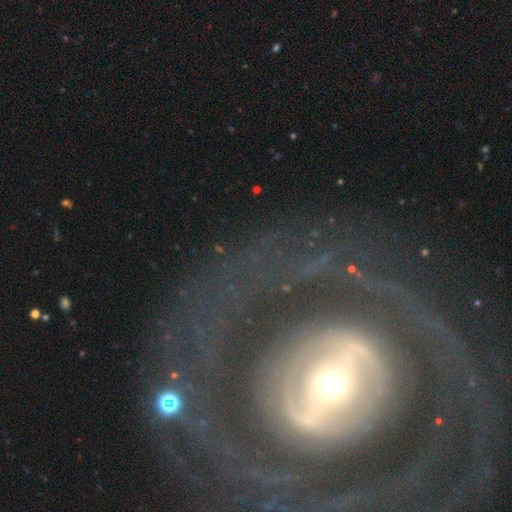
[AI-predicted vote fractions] The model was most divided on "spiral arm count": 2: 39%, can't tell: 34%, 3: 9%, 1: 6%, 4: 6%, more than 4: 6%. Remaining: edge-on disk — no (95%); smooth or featured — featured or disk (80%); merging — none (70%); spiral arms — yes (70%); spiral winding — tight (59%); bulge size — small (46%); bar — strong (39%).